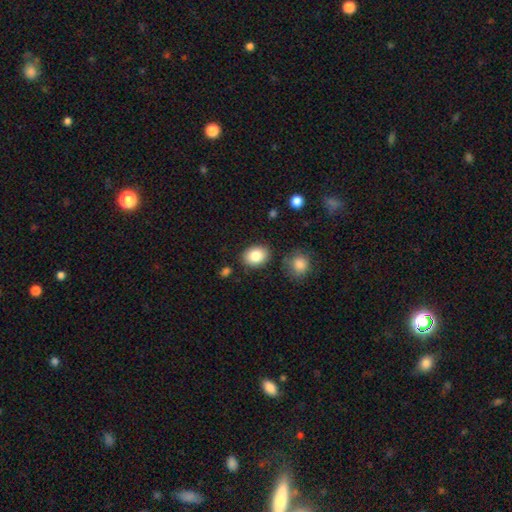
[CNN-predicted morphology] smooth_or_featured: smooth (p=0.83) [alt: featured or disk p=0.08]
how_rounded: in between (p=0.66) [alt: round p=0.33]
merging: none (p=0.83) [alt: minor disturbance p=0.10]